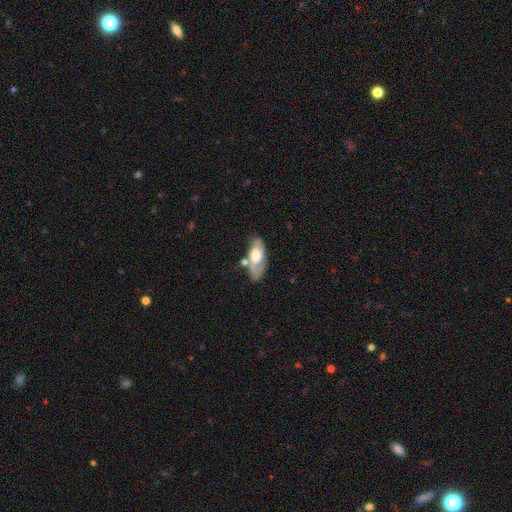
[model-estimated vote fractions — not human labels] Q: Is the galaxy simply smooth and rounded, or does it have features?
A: featured or disk — 49%.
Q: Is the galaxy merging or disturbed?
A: none — 50%.